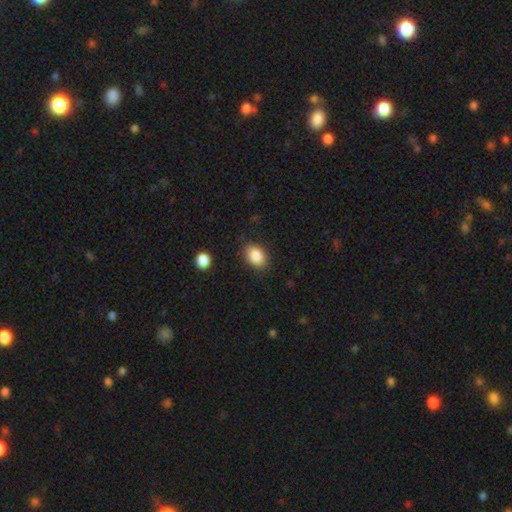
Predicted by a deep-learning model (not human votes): Smooth or featured: smooth — 87% (star or artifact — 8%)
How rounded: in between — 77% (round — 22%)
Merging: none — 85% (minor disturbance — 11%)